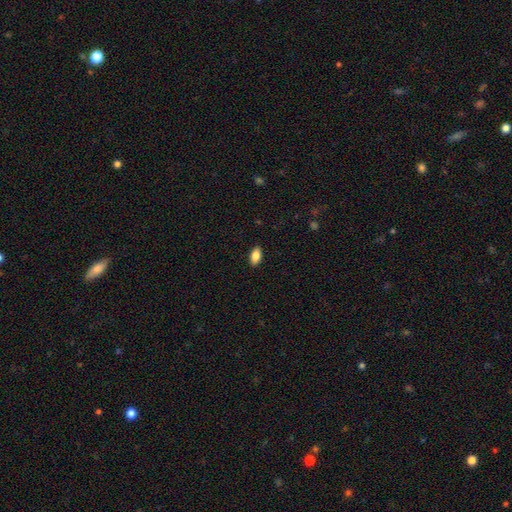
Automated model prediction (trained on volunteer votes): Smooth or featured: smooth — 83% (featured or disk — 10%)
How rounded: in between — 90% (cigar-shaped — 6%)
Merging: none — 89% (minor disturbance — 8%)